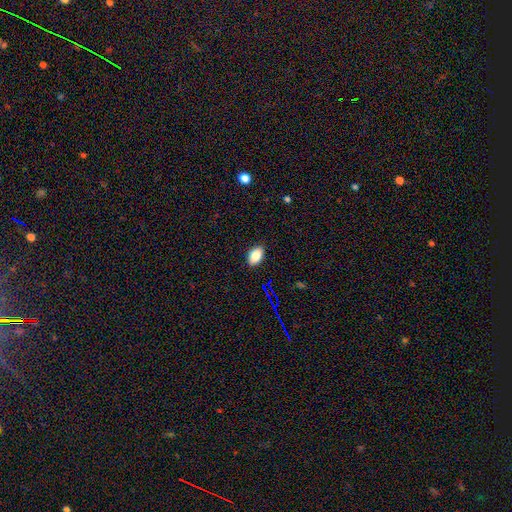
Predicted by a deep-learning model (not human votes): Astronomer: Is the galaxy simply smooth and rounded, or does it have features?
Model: smooth — 83%.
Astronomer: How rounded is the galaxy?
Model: in between — 90%.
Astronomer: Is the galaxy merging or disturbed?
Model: none — 87%.